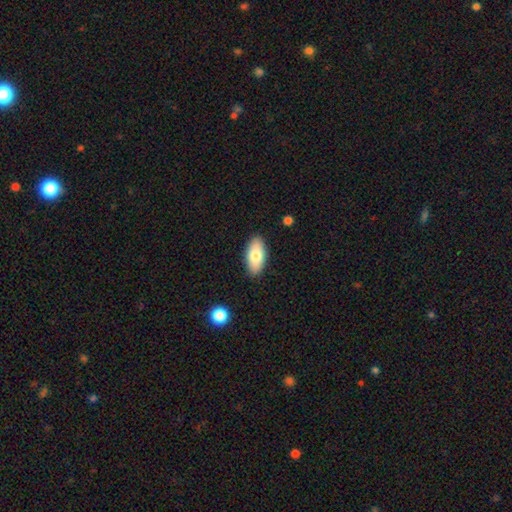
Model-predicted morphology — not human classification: A smooth galaxy with no disk features (78%) that is in between round and cigar-shaped (91%). Merging: none (88%).